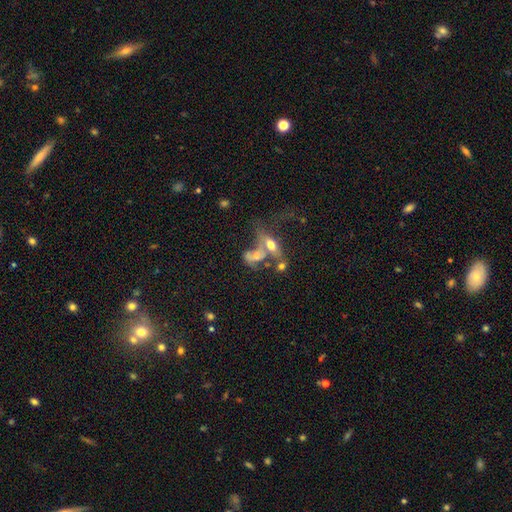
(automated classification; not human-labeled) Morphology: type=smooth (46%); merging=merger (55%).